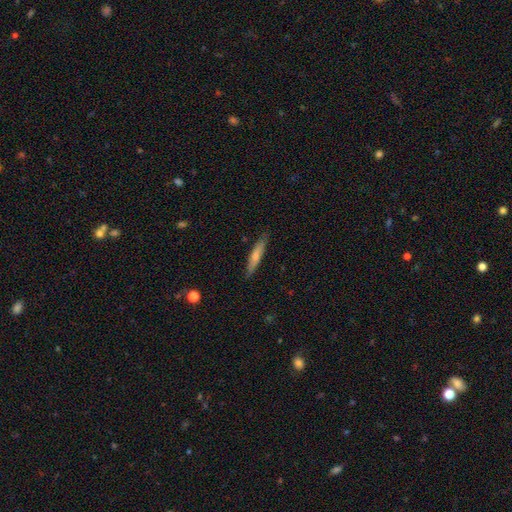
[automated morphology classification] This is likely a smooth galaxy (64%). How rounded: clearly cigar-shaped (89%). Merging: clearly none (85%).